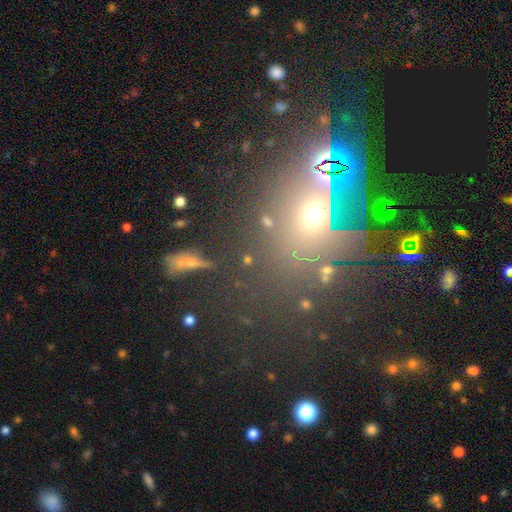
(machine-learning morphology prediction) Smooth or featured? smooth (41%)
Merging? none (52%)